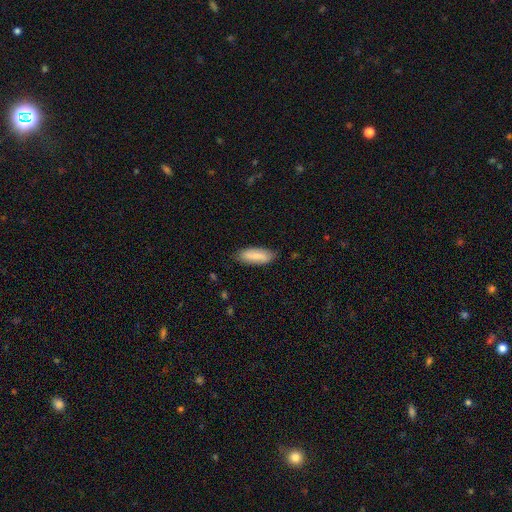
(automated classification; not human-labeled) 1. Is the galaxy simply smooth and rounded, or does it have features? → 81% smooth, 13% featured or disk, 6% star or artifact.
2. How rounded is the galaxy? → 68% in between, 30% cigar-shaped, 2% round.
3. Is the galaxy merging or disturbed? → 81% none, 15% minor disturbance, 3% major disturbance, 1% merger.